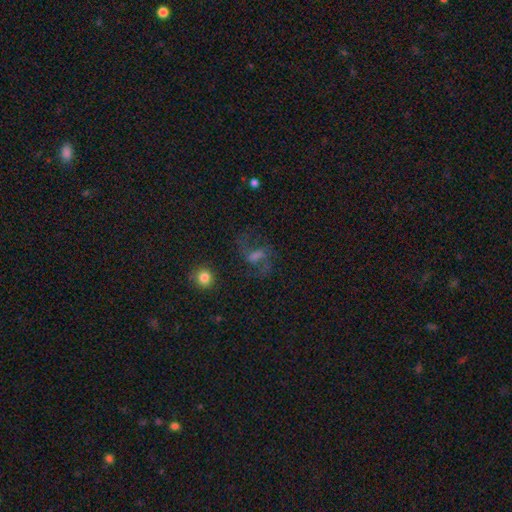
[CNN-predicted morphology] This appears to be a featured or disk galaxy (60%) with a weak bar (47%), spiral arms (86%) and a moderate central bulge (32%). Merging: none (64%).